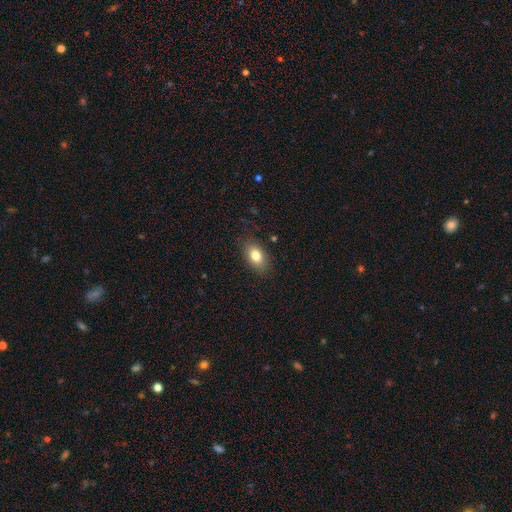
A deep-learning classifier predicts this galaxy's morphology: Smooth or featured: smooth — 80% (featured or disk — 12%)
How rounded: in between — 87% (round — 11%)
Merging: none — 84% (minor disturbance — 12%)